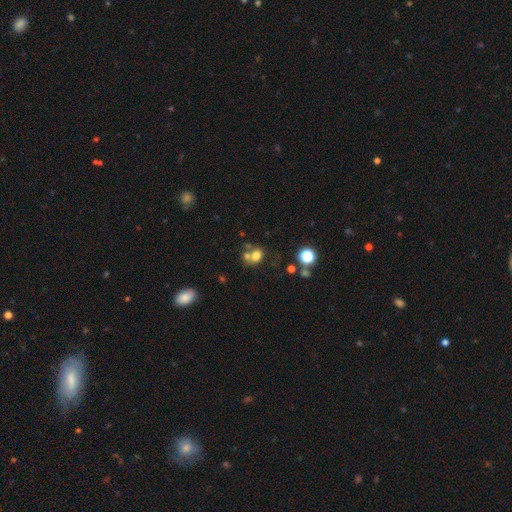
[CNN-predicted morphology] A smooth galaxy with no disk features (69%) that is round (56%).

Vote fractions:
- Smooth or featured? smooth: 69% / star or artifact: 15% / featured or disk: 15%
- How rounded? round: 56% / in between: 43% / cigar-shaped: 1%
- Merging? merger: 45% / none: 37% / minor disturbance: 11% / major disturbance: 7%